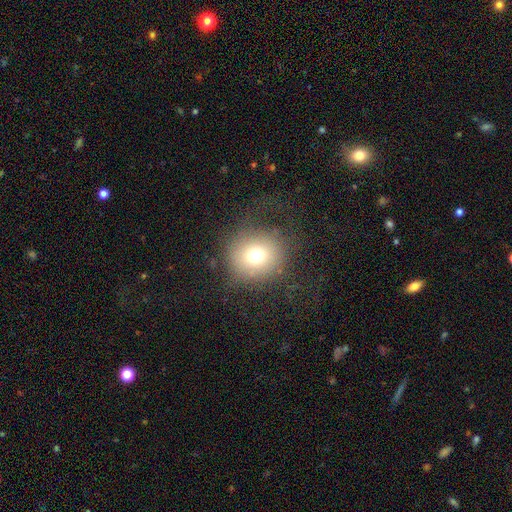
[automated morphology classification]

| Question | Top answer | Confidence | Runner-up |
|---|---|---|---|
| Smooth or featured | smooth | 71% | star or artifact (16%) |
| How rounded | round | 86% | in between (13%) |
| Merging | none | 72% | minor disturbance (14%) |